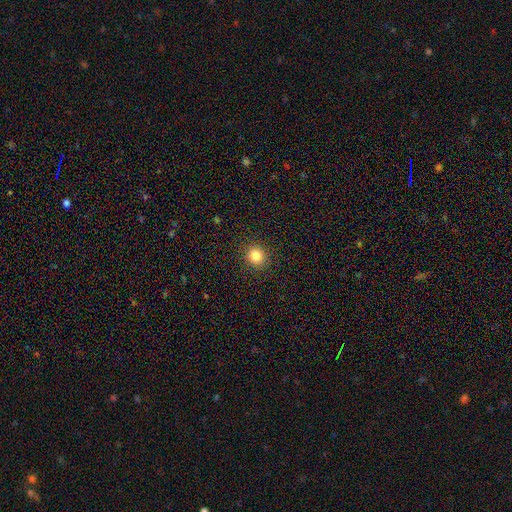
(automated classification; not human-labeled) smooth_or_featured: smooth (p=0.84) [alt: star or artifact p=0.11]
how_rounded: round (p=0.85) [alt: in between p=0.14]
merging: none (p=0.90) [alt: minor disturbance p=0.06]